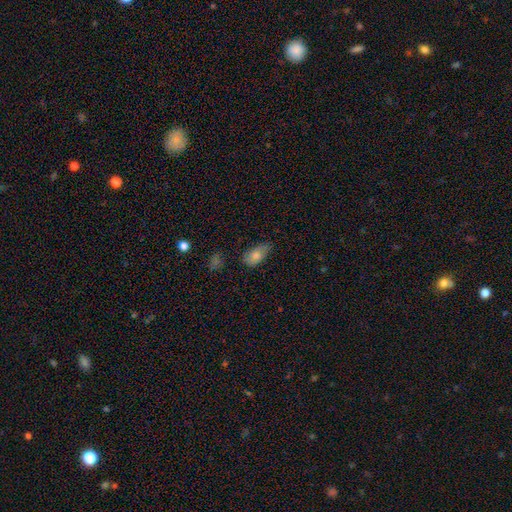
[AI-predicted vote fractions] Morphology: type=smooth (78%); roundness=in between (89%); merging=none (54%).